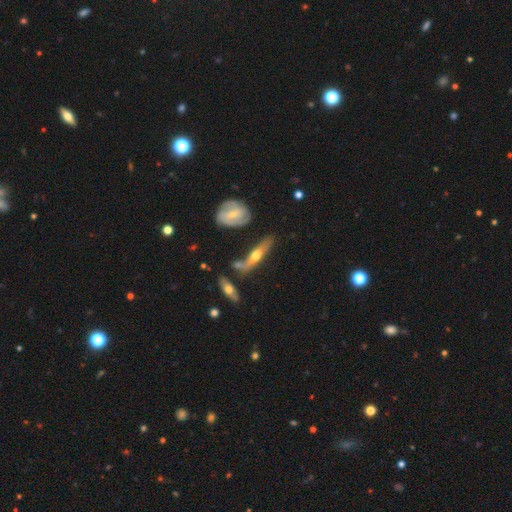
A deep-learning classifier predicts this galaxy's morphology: Q: Smooth or featured?
A: featured or disk (61%); runner-up: smooth (32%)
Q: Edge-on disk?
A: yes (70%); runner-up: no (30%)
Q: Merging?
A: none (49%); runner-up: minor disturbance (21%)